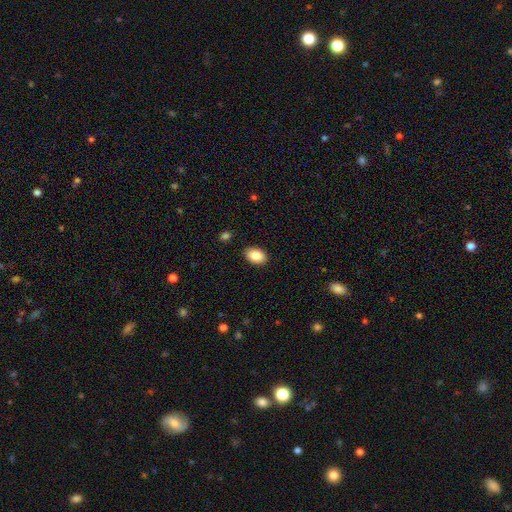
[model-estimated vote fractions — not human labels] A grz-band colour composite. It shows a smooth galaxy with no disk features (89%) that is in between round and cigar-shaped (87%). Merging: none (89%).